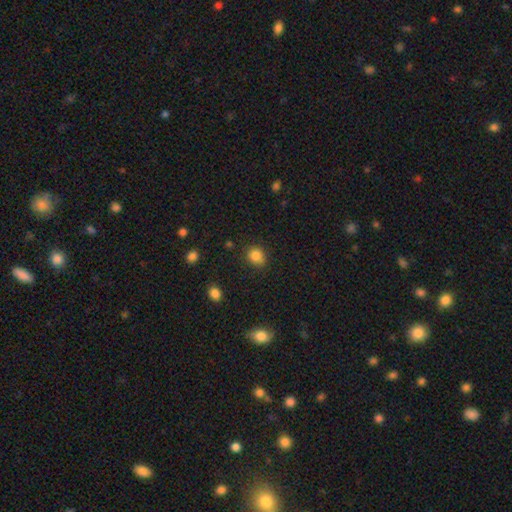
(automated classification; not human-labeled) A smooth galaxy with no disk features (83%) that is round (67%). Merging: none (79%).